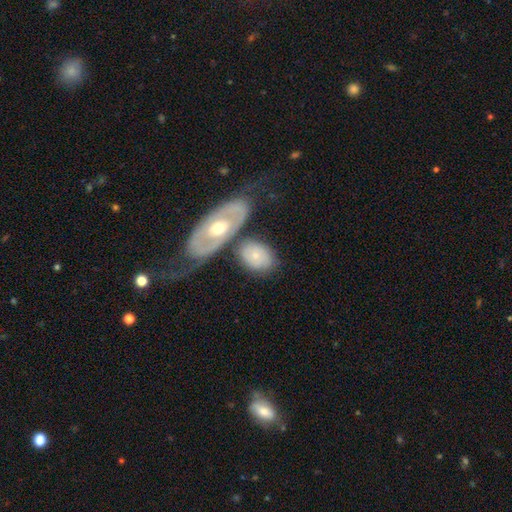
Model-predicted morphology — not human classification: smooth_or_featured: smooth (p=0.52) [alt: featured or disk p=0.41]
how_rounded: in between (p=0.77) [alt: round p=0.21]
merging: none (p=0.55) [alt: merger p=0.20]